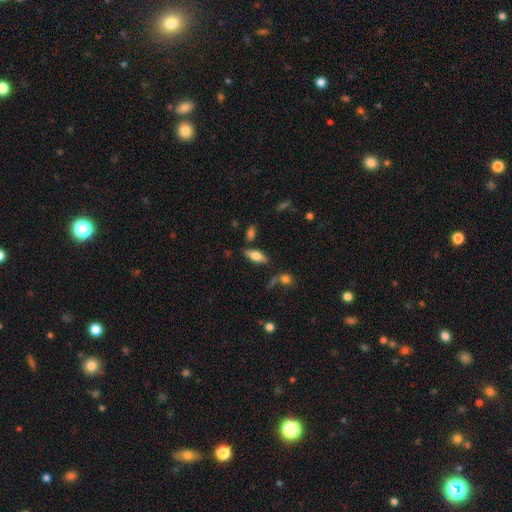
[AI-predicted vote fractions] Morphology: type=smooth (67%); roundness=in between (74%); merging=none (74%).